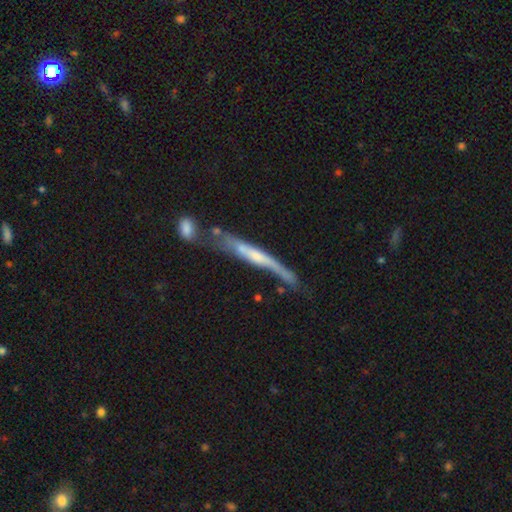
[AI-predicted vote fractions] Morphology: type=featured or disk (61%); edge-on=yes (83%); edge-on bulge=none (41%); merging=none (39%).